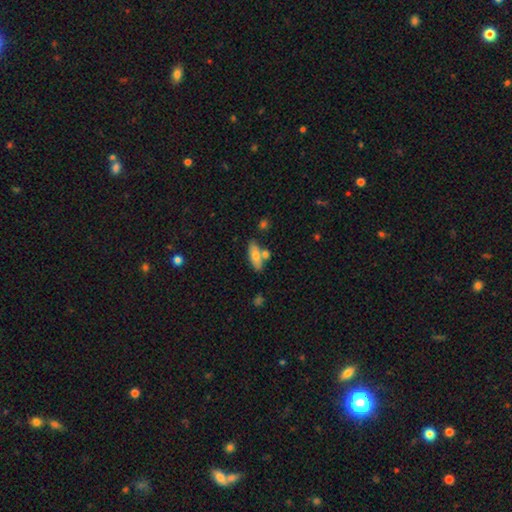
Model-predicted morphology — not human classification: The model was most divided on "how rounded": in between: 69%, cigar-shaped: 28%, round: 3%. More confident: smooth or featured — smooth (71%); merging — none (64%).